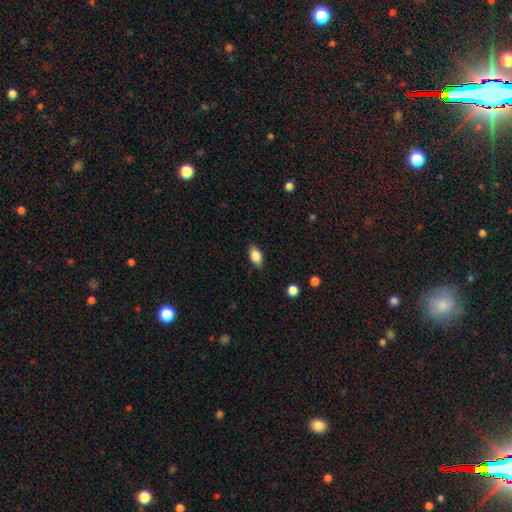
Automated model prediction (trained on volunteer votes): Smooth or featured? Predicted: smooth (p=0.80). How rounded? Predicted: in between (p=0.87). Merging? Predicted: none (p=0.82).